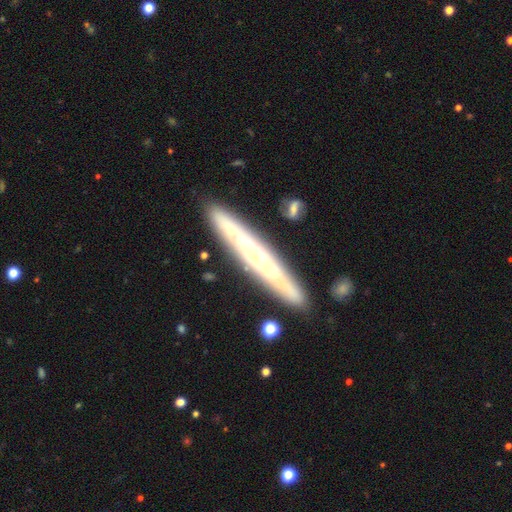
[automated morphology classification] A featured or disk galaxy (67%) viewed edge-on (85%) with no central bulge (56%).

Vote fractions:
- Smooth or featured? featured or disk: 67% / smooth: 27% / star or artifact: 6%
- Edge-on disk? yes: 85% / no: 15%
- Edge-on bulge? none: 56% / rounded: 33% / boxy: 11%
- Merging? none: 86% / minor disturbance: 10% / merger: 2% / major disturbance: 2%